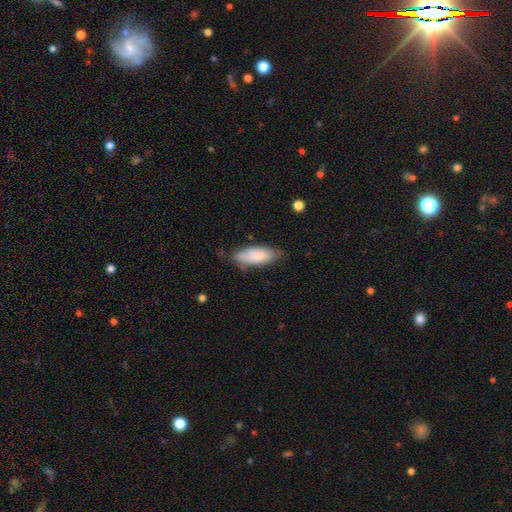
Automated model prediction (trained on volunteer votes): smooth 78%, featured or disk 16%, star or artifact 6%. Down the decision tree: how rounded — in between (66%); merging — none (72%).